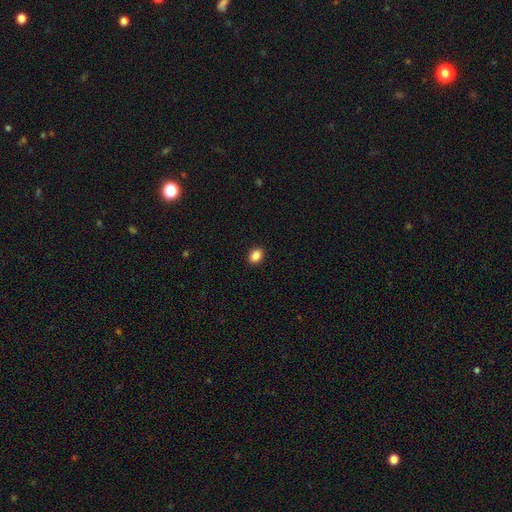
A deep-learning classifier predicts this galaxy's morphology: The model was most divided on "how rounded": in between: 65%, round: 34%, cigar-shaped: 1%. More confident: merging — none (92%); smooth or featured — smooth (88%).